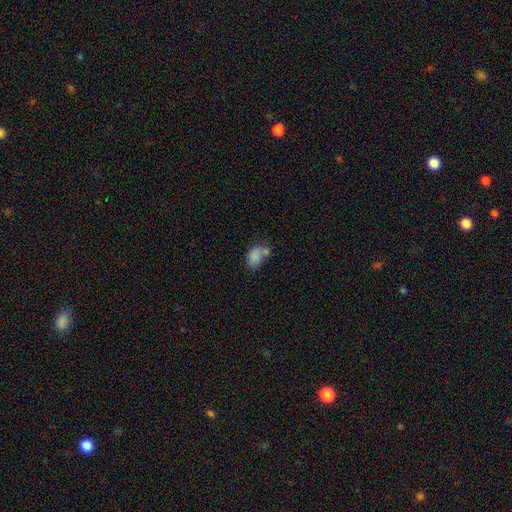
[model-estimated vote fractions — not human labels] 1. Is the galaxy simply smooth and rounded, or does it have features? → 80% smooth, 10% star or artifact, 10% featured or disk.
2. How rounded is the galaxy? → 78% in between, 20% round, 1% cigar-shaped.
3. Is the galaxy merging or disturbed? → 42% merger, 34% none, 15% minor disturbance, 8% major disturbance.